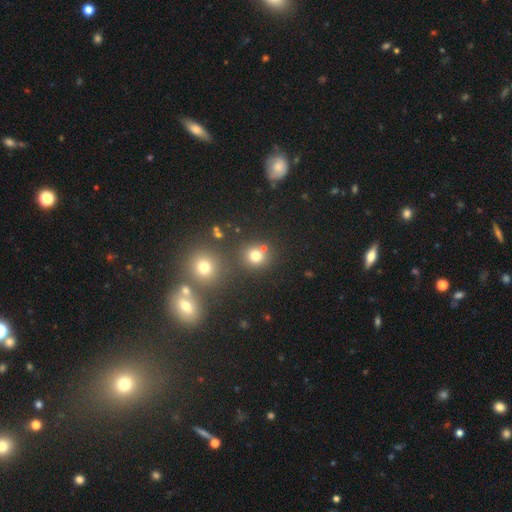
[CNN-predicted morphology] Smooth or featured? smooth (73%)
How rounded? round (88%)
Merging? none (70%)